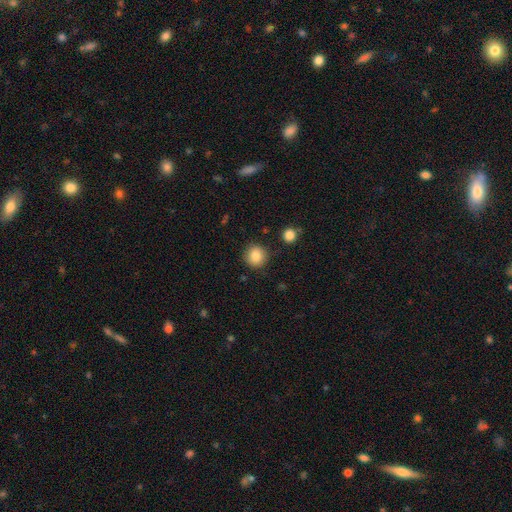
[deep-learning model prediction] A smooth galaxy with no disk features (84%) that is round (92%). Merging: none (88%).